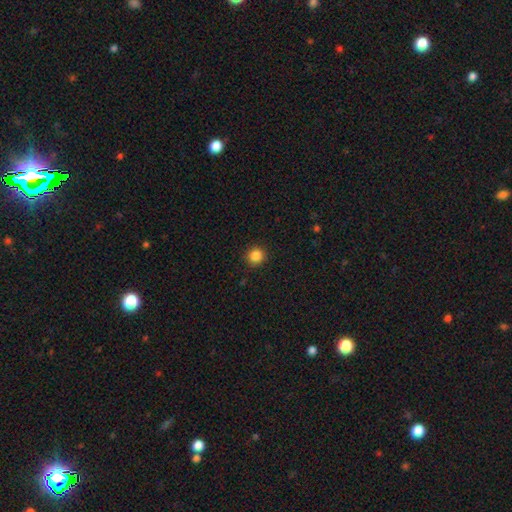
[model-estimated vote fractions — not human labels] Q: Smooth or featured?
A: smooth (86%); runner-up: star or artifact (11%)
Q: How rounded?
A: round (94%); runner-up: in between (5%)
Q: Merging?
A: none (91%); runner-up: minor disturbance (6%)